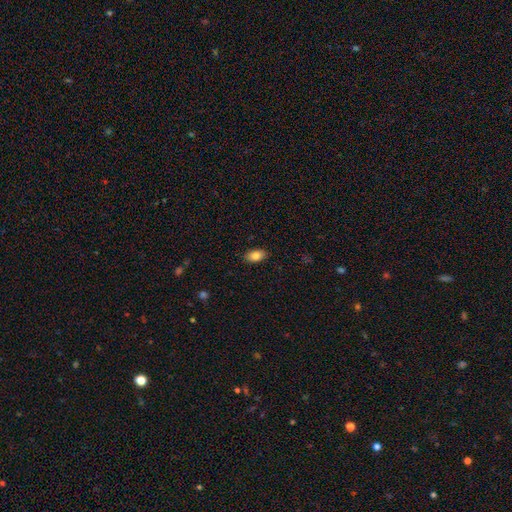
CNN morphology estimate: smooth_or_featured: smooth (p=0.84) [alt: featured or disk p=0.08]
how_rounded: in between (p=0.92) [alt: round p=0.06]
merging: none (p=0.88) [alt: minor disturbance p=0.09]